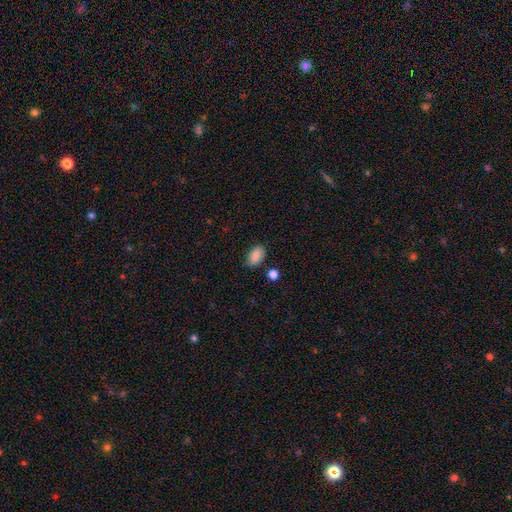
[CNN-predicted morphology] This is clearly a smooth galaxy (88%). How rounded: clearly in between (91%). Merging: clearly none (81%).